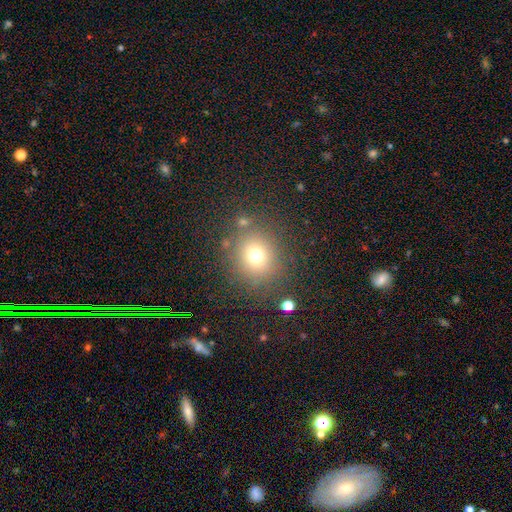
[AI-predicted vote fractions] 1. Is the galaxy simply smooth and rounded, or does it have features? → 71% smooth, 18% star or artifact, 11% featured or disk.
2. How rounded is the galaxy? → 84% round, 15% in between, 1% cigar-shaped.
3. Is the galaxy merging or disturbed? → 81% none, 10% minor disturbance, 5% major disturbance, 4% merger.